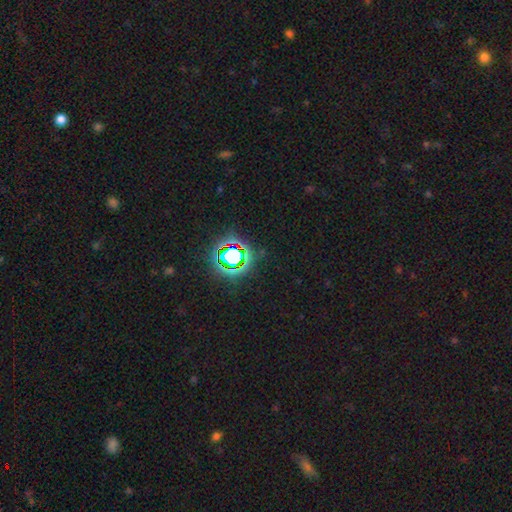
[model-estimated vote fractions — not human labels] Q: Smooth or featured?
A: star or artifact (78%); runner-up: smooth (15%)